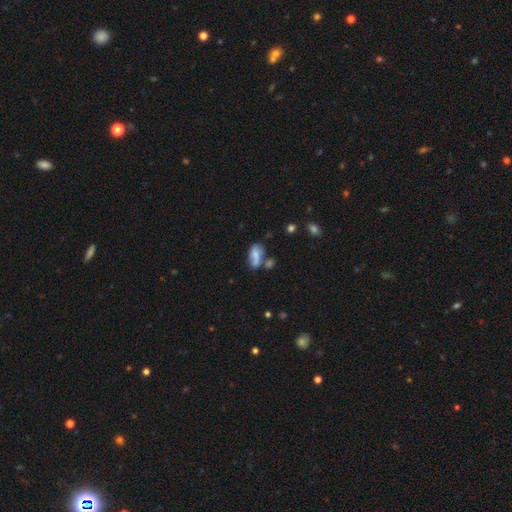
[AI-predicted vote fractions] Smooth or featured?
  - smooth: 61% *
  - featured or disk: 29%
  - star or artifact: 10%
How rounded?
  - in between: 89% *
  - round: 6%
  - cigar-shaped: 5%
Merging?
  - none: 36% *
  - merger: 32%
  - minor disturbance: 21%
  - major disturbance: 10%